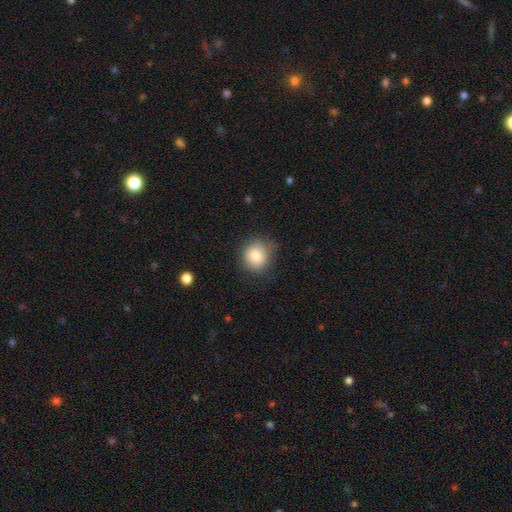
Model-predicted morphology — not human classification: Smooth or featured?
  - smooth: 83% *
  - star or artifact: 9%
  - featured or disk: 8%
How rounded?
  - round: 75% *
  - in between: 24%
  - cigar-shaped: 1%
Merging?
  - none: 75% *
  - minor disturbance: 19%
  - major disturbance: 5%
  - merger: 1%